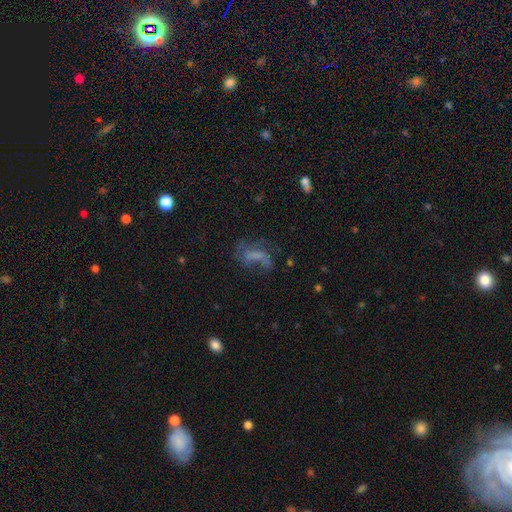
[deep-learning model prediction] Smooth or featured?
  - featured or disk: 47% *
  - smooth: 35%
  - star or artifact: 18%
Merging?
  - major disturbance: 40% *
  - none: 35%
  - minor disturbance: 19%
  - merger: 6%